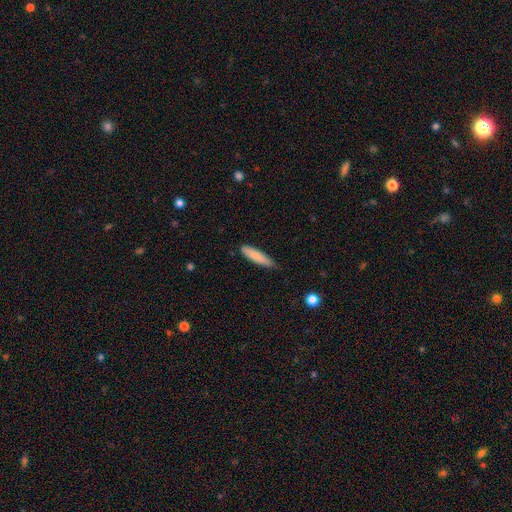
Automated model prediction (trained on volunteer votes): smooth_or_featured: smooth (p=0.81) [alt: featured or disk p=0.13]
how_rounded: cigar-shaped (p=0.75) [alt: in between p=0.24]
merging: none (p=0.70) [alt: minor disturbance p=0.25]